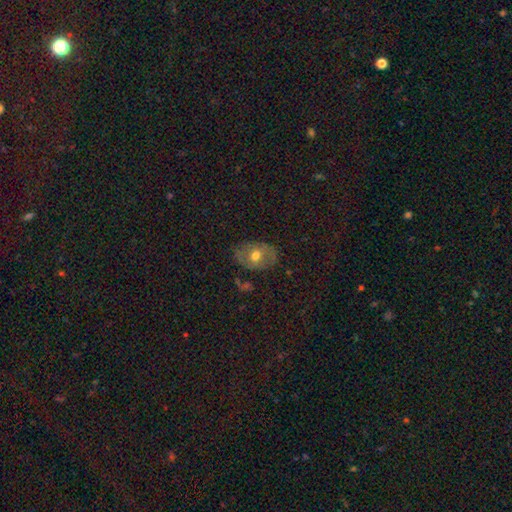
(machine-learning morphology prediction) Smooth or featured?
  - smooth: 53% *
  - featured or disk: 37%
  - star or artifact: 10%
How rounded?
  - in between: 71% *
  - round: 28%
  - cigar-shaped: 1%
Merging?
  - none: 75% *
  - minor disturbance: 18%
  - major disturbance: 6%
  - merger: 2%